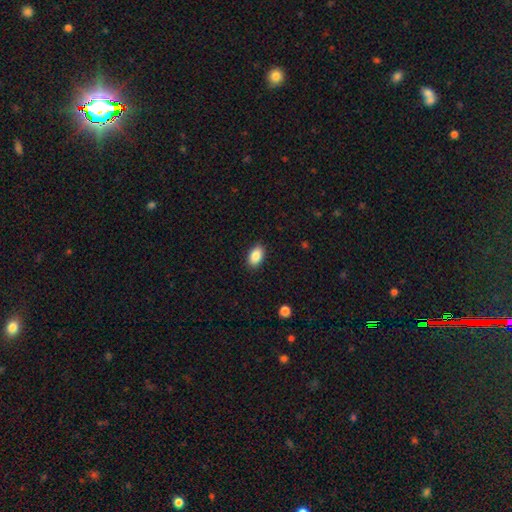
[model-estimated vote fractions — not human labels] Smooth or featured: smooth — 88% (star or artifact — 7%)
How rounded: in between — 92% (round — 6%)
Merging: none — 89% (minor disturbance — 8%)